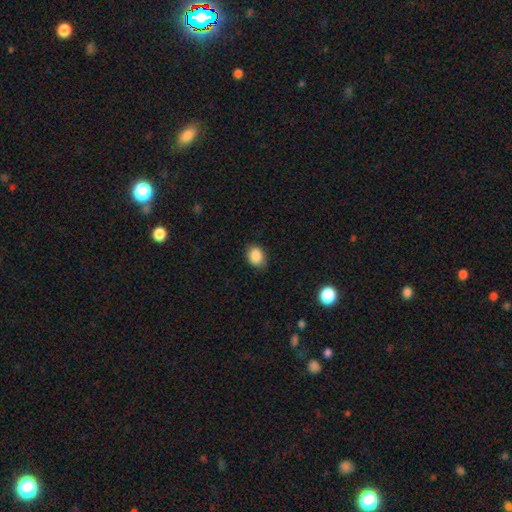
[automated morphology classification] A smooth galaxy with no disk features (88%) that is in between round and cigar-shaped (63%).

Vote fractions:
- Smooth or featured? smooth: 88% / star or artifact: 8% / featured or disk: 4%
- How rounded? in between: 63% / round: 36% / cigar-shaped: 1%
- Merging? none: 79% / minor disturbance: 16% / major disturbance: 3% / merger: 1%